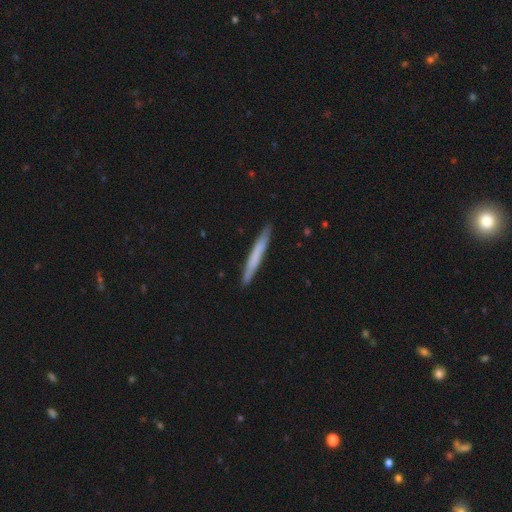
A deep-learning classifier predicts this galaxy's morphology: This appears to be a smooth galaxy with no disk features (64%) that is cigar-shaped (97%). Merging: none (90%).